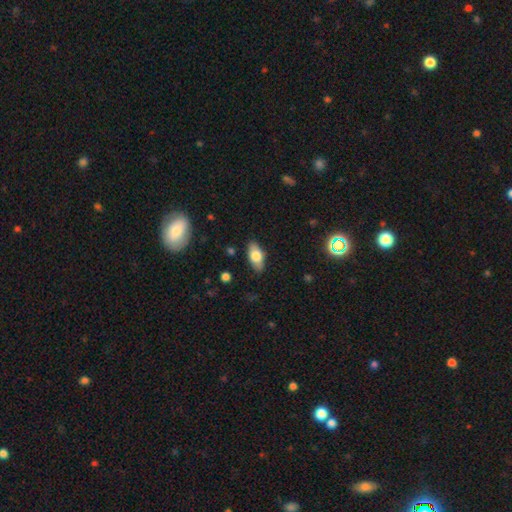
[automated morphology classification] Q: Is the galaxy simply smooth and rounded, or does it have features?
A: smooth — 74%.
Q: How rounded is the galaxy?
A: in between — 89%.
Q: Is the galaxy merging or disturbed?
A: none — 85%.